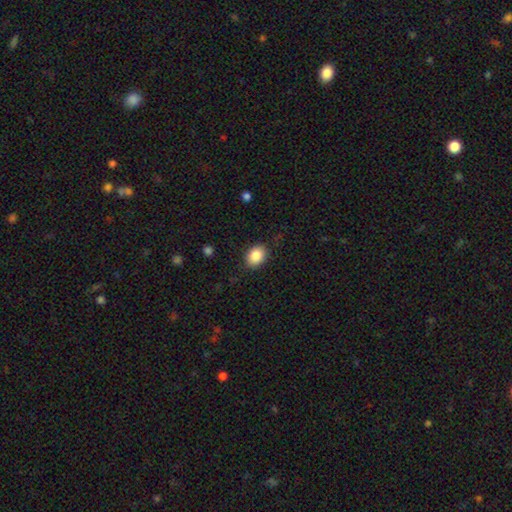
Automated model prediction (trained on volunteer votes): smooth-or-featured: smooth: 87% | star or artifact: 8% | featured or disk: 5%
  how-rounded: in between: 65% | round: 35% | cigar-shaped: 1%
  merging: none: 86% | minor disturbance: 10% | major disturbance: 3% | merger: 1%